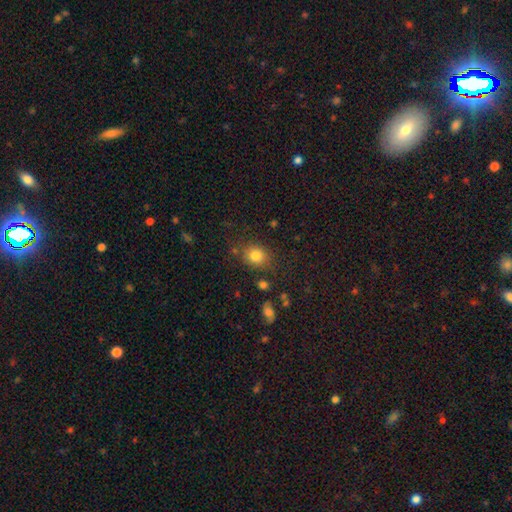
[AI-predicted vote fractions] Smooth or featured?
  - smooth: 81% *
  - star or artifact: 12%
  - featured or disk: 7%
How rounded?
  - round: 64% *
  - in between: 35%
  - cigar-shaped: 1%
Merging?
  - none: 79% *
  - minor disturbance: 13%
  - major disturbance: 4%
  - merger: 4%